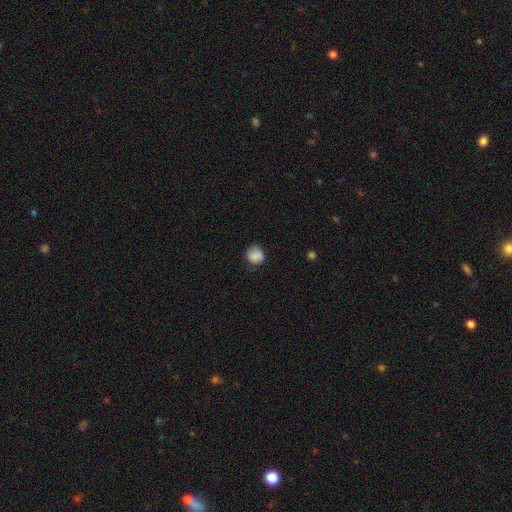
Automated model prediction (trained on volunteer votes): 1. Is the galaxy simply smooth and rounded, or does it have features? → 84% smooth, 9% star or artifact, 7% featured or disk.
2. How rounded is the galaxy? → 78% round, 21% in between, 1% cigar-shaped.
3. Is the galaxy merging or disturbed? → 65% none, 26% minor disturbance, 7% major disturbance, 2% merger.